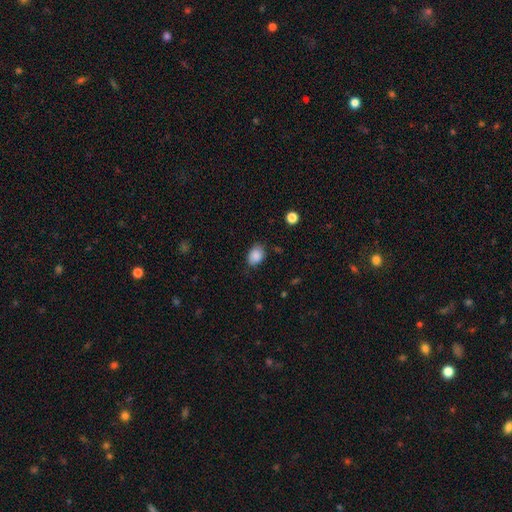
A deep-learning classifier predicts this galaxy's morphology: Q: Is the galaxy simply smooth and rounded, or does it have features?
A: smooth — 87%.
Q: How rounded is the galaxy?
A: in between — 71%.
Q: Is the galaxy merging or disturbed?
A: none — 77%.